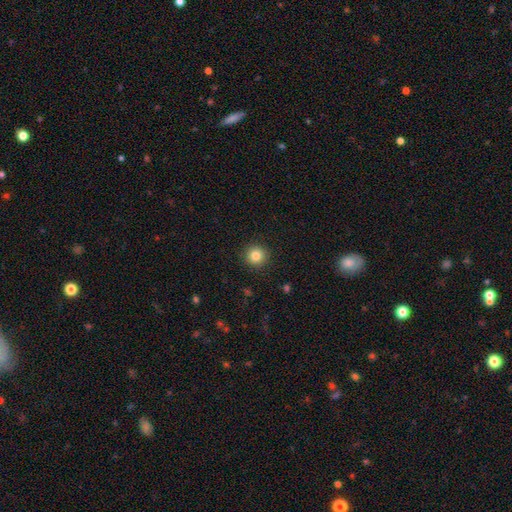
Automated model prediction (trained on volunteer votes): Smooth or featured? smooth (84%)
How rounded? round (95%)
Merging? none (92%)